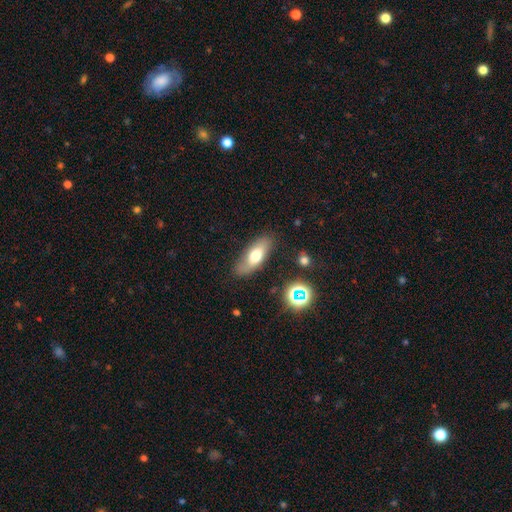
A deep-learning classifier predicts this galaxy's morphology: smooth-or-featured: smooth: 65% | featured or disk: 26% | star or artifact: 9%
  how-rounded: in between: 75% | cigar-shaped: 22% | round: 3%
  merging: none: 79% | minor disturbance: 15% | major disturbance: 4% | merger: 2%